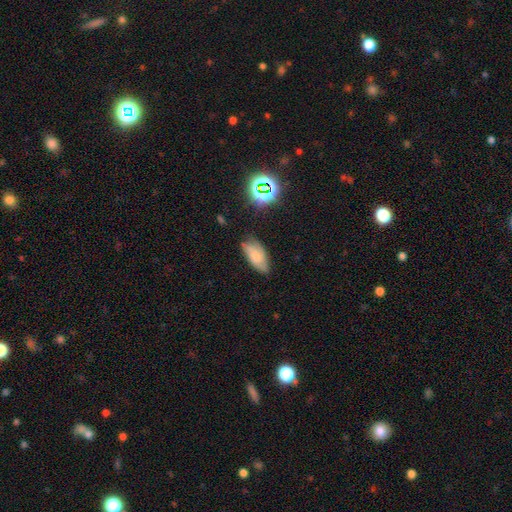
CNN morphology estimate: type=smooth (54%); roundness=in between (88%); merging=none (64%).